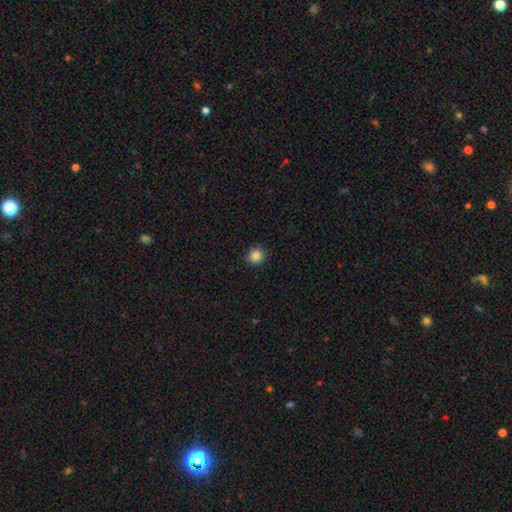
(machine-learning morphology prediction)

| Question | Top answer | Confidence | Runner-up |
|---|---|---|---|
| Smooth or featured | smooth | 85% | star or artifact (11%) |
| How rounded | round | 91% | in between (8%) |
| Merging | none | 91% | minor disturbance (6%) |